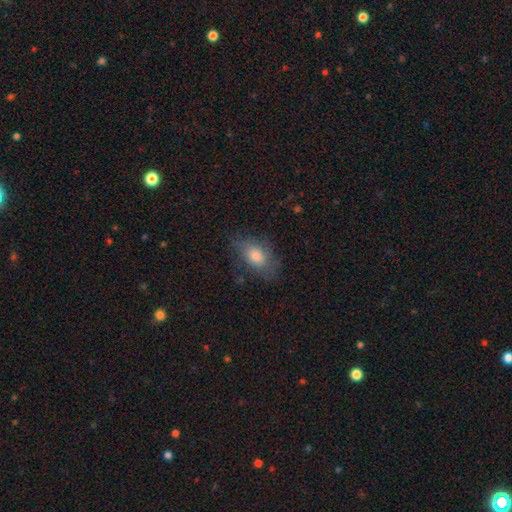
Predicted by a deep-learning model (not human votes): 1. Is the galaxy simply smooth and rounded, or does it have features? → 69% smooth, 21% featured or disk, 10% star or artifact.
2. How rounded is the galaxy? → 84% in between, 13% round, 3% cigar-shaped.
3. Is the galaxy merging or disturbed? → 66% none, 23% minor disturbance, 10% major disturbance, 1% merger.